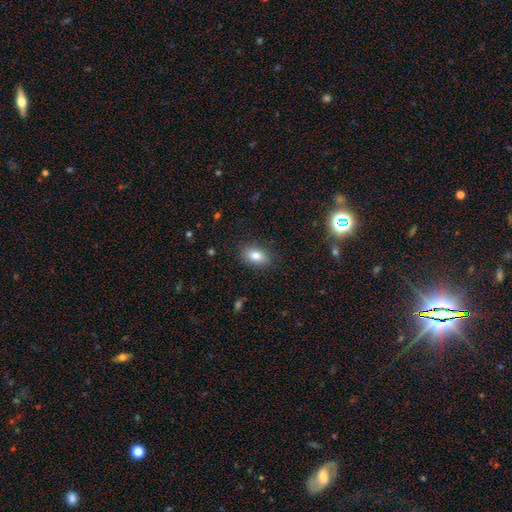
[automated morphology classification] smooth-or-featured: smooth: 81% | featured or disk: 10% | star or artifact: 9%
  how-rounded: in between: 86% | round: 12% | cigar-shaped: 2%
  merging: none: 85% | minor disturbance: 11% | major disturbance: 3% | merger: 1%